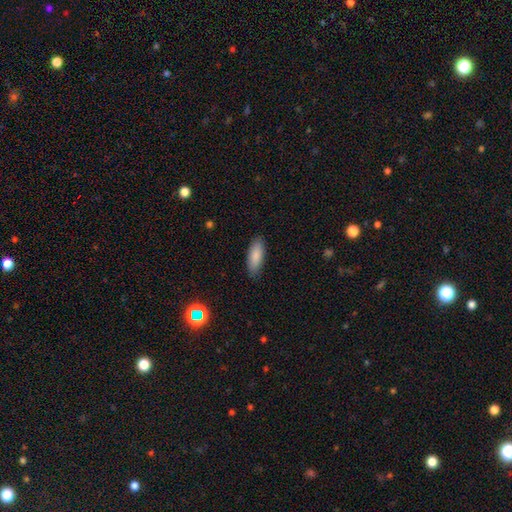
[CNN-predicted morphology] Q: Smooth or featured?
A: smooth (86%); runner-up: featured or disk (8%)
Q: How rounded?
A: in between (68%); runner-up: cigar-shaped (31%)
Q: Merging?
A: none (86%); runner-up: minor disturbance (10%)